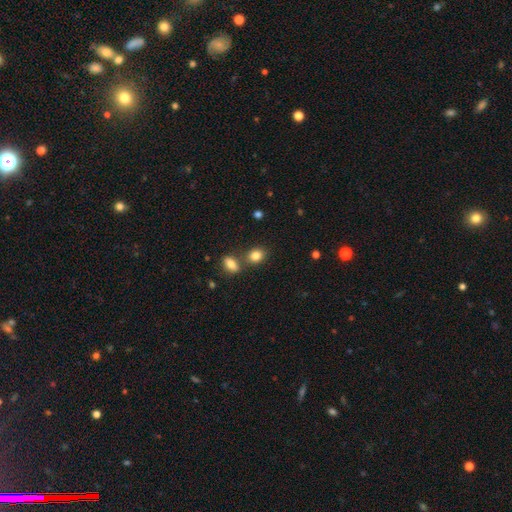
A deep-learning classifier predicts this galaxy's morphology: A smooth galaxy with no disk features (84%) that is in between round and cigar-shaped (51%). Merging: none (63%).